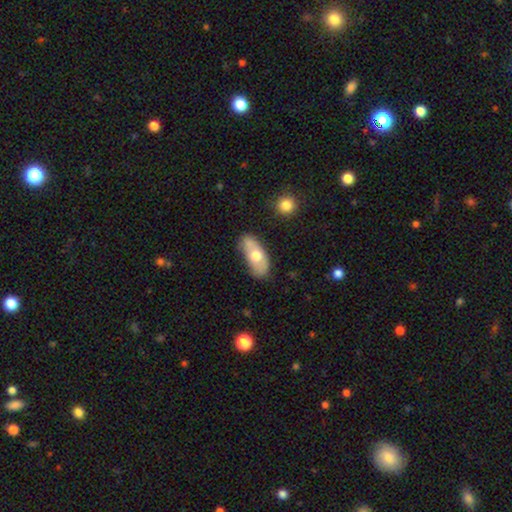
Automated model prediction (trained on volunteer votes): smooth 60%, featured or disk 34%, star or artifact 6%. Down the decision tree: how rounded — in between (86%); merging — none (66%).